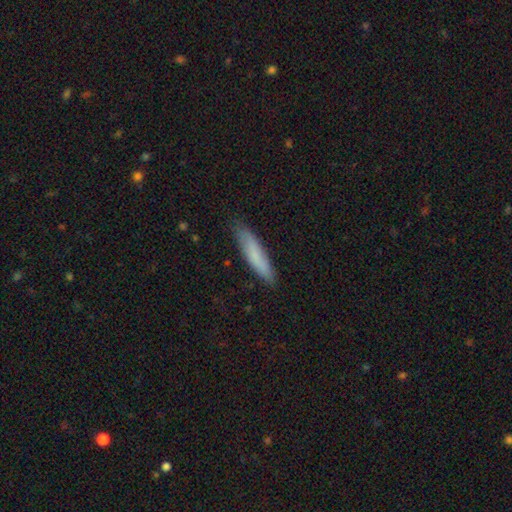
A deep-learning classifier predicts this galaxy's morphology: Smooth or featured: smooth — 75% (featured or disk — 18%)
How rounded: cigar-shaped — 83% (in between — 16%)
Merging: none — 83% (minor disturbance — 14%)